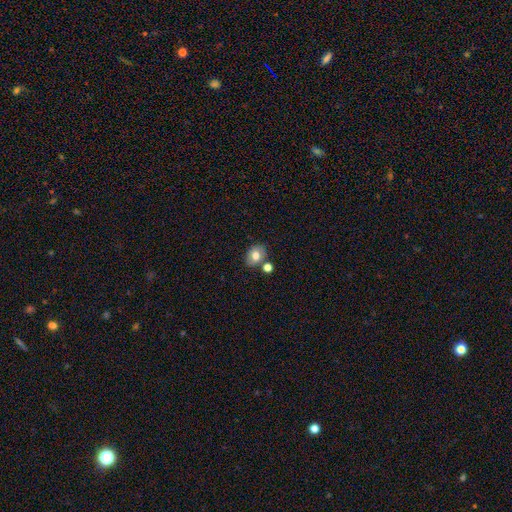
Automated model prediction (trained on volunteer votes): A smooth galaxy with no disk features (75%) that is in between round and cigar-shaped (58%). Merging: none (70%).